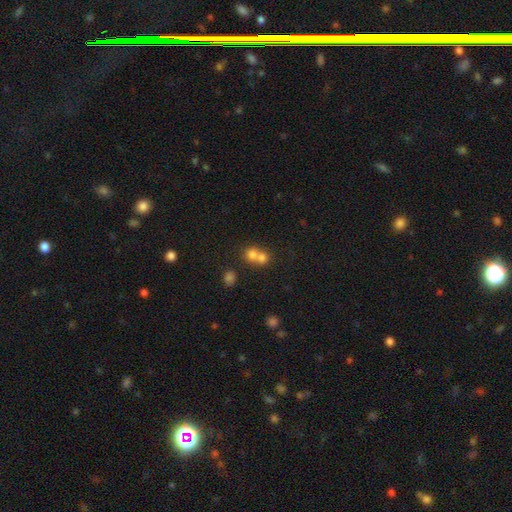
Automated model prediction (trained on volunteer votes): This is likely a smooth galaxy (74%). How rounded: clearly round (81%). Merging: likely merger (63%).